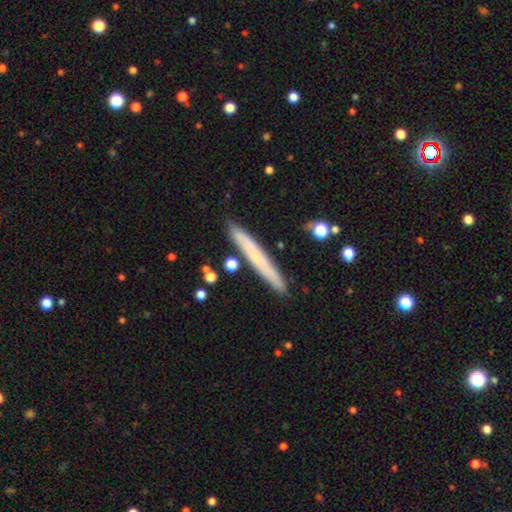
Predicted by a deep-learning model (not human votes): Smooth or featured: smooth — 55% (featured or disk — 37%)
How rounded: cigar-shaped — 96% (in between — 3%)
Merging: none — 87% (minor disturbance — 9%)